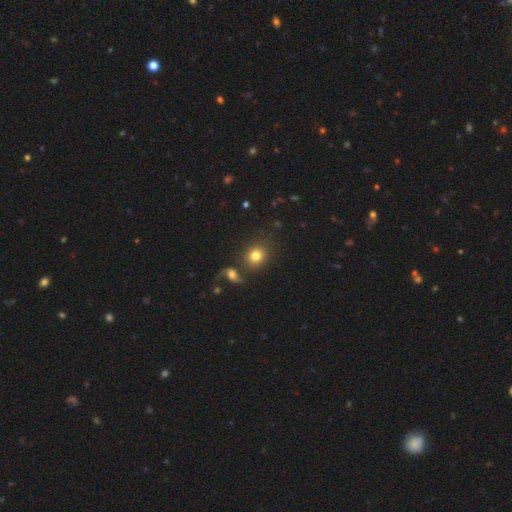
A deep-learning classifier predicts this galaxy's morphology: Smooth or featured: smooth — 79% (featured or disk — 11%)
How rounded: round — 75% (in between — 24%)
Merging: none — 69% (merger — 15%)